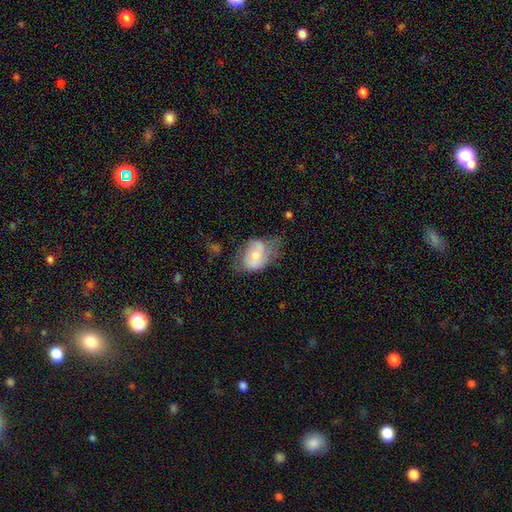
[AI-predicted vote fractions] A smooth galaxy with no disk features (53%) that is in between round and cigar-shaped (77%). Merging: minor disturbance (37%).